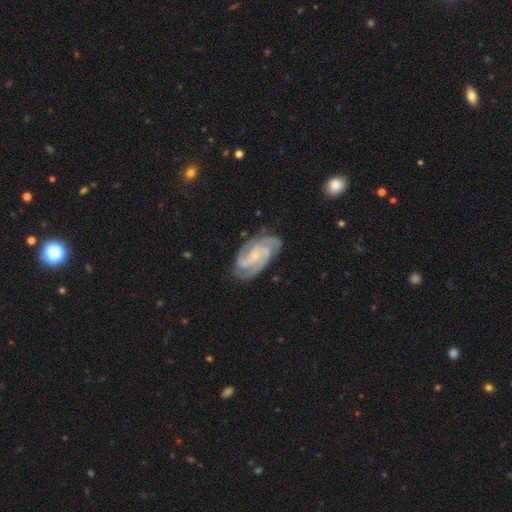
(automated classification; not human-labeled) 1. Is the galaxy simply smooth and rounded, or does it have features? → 90% featured or disk, 5% smooth, 5% star or artifact.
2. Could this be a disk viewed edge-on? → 97% no, 3% yes.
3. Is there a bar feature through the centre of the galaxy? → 58% no, 32% weak, 10% strong.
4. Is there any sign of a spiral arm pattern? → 98% yes, 2% no.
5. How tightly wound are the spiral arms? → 60% tight, 35% medium, 5% loose.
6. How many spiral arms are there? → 45% 3, 20% 4, 16% 2, 9% can't tell, 5% more than 4, 5% 1.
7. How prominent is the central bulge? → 74% small, 18% moderate, 6% none, 1% large, 1% dominant.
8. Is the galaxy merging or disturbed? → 78% none, 16% minor disturbance, 5% major disturbance, 1% merger.